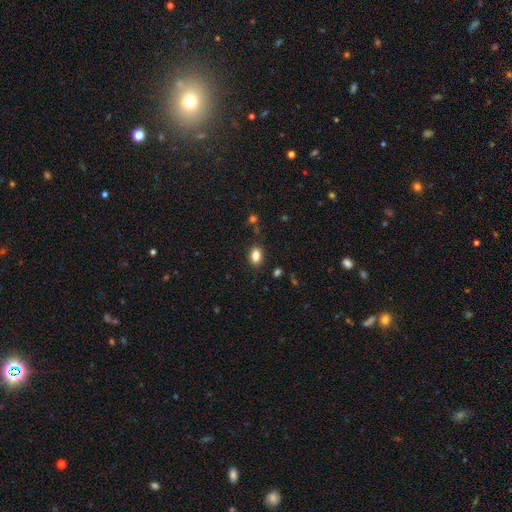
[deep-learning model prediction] Q: Smooth or featured?
A: smooth (84%); runner-up: star or artifact (10%)
Q: How rounded?
A: in between (82%); runner-up: round (16%)
Q: Merging?
A: none (85%); runner-up: minor disturbance (11%)